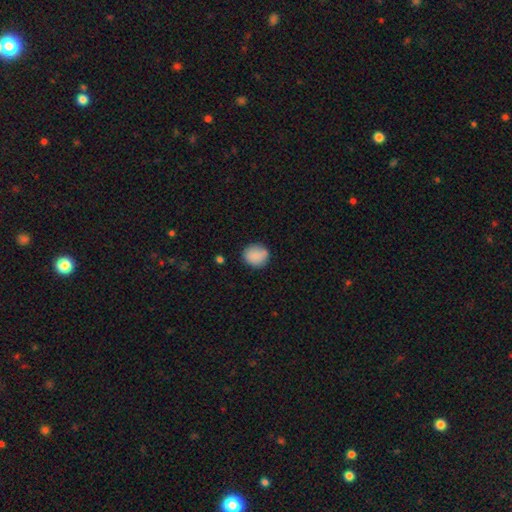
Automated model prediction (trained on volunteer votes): The model was most divided on "how rounded": round: 81%, in between: 18%, cigar-shaped: 1%. More confident: smooth or featured — smooth (87%); merging — none (80%).